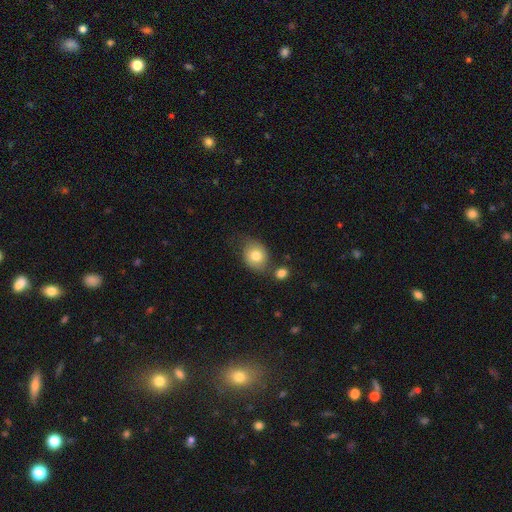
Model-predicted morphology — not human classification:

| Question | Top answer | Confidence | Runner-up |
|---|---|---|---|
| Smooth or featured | smooth | 77% | featured or disk (15%) |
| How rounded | round | 50% | in between (49%) |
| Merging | none | 59% | minor disturbance (21%) |